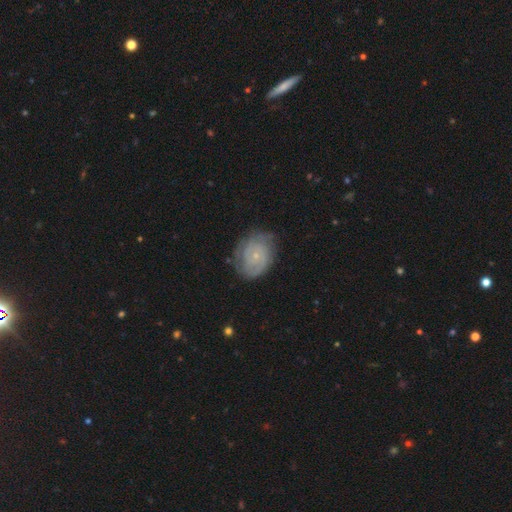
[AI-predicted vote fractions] Smooth or featured? Predicted: featured or disk (p=0.76). Edge-on disk? Predicted: no (p=0.98). Bar? Predicted: no (p=0.78). Spiral arms? Predicted: yes (p=0.93). Spiral winding? Predicted: tight (p=0.66). Spiral arm count? Predicted: 2 (p=0.38). Bulge size? Predicted: small (p=0.82). Merging? Predicted: none (p=0.73).